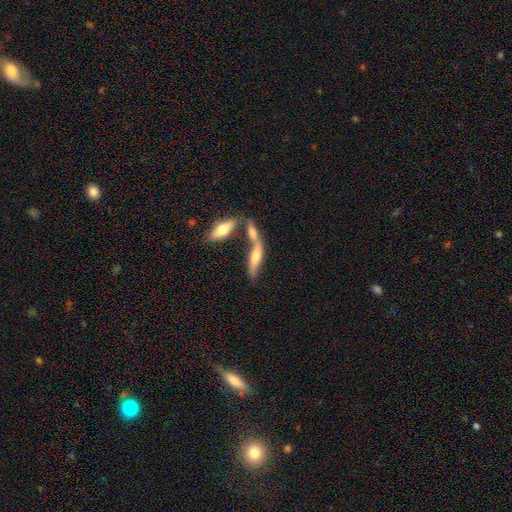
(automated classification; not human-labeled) A featured or disk galaxy (48%).

Vote fractions:
- Smooth or featured? featured or disk: 48% / smooth: 44% / star or artifact: 8%
- Merging? merger: 51% / none: 32% / minor disturbance: 11% / major disturbance: 6%